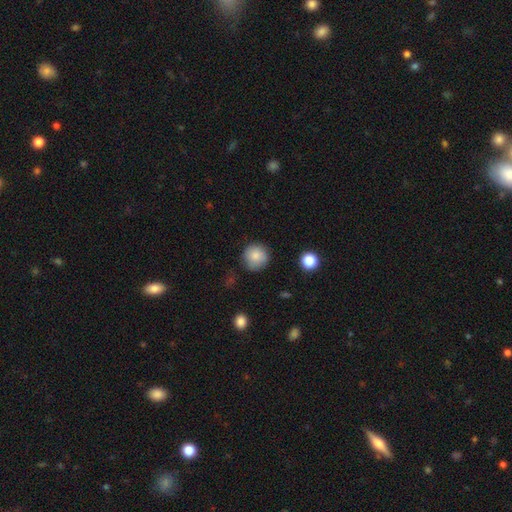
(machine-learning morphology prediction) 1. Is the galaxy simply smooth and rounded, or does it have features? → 85% smooth, 9% star or artifact, 7% featured or disk.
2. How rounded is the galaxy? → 94% round, 5% in between, 1% cigar-shaped.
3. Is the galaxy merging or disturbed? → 82% none, 13% minor disturbance, 3% major disturbance, 2% merger.